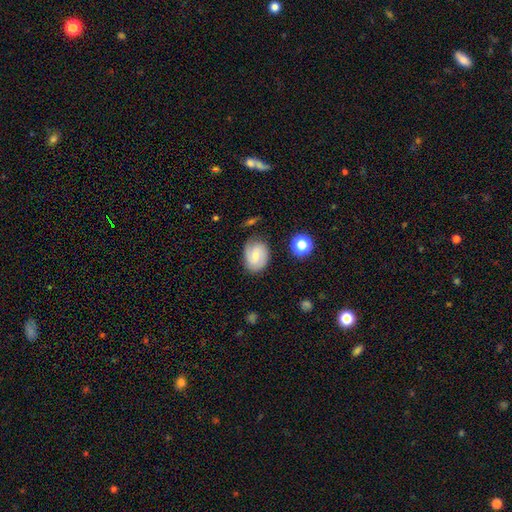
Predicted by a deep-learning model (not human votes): Morphology: type=featured or disk (55%); edge-on=no (96%); bar=weak (45%, tied with no); spiral arms=yes (88%); bulge=moderate (47%, tied with small); merging=none (75%).